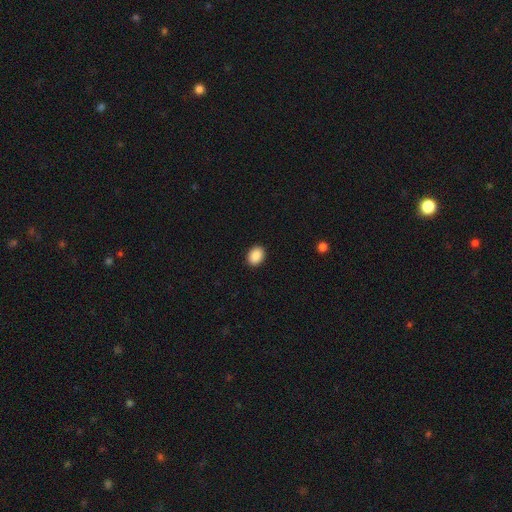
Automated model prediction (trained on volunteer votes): Smooth or featured?
  - smooth: 89% *
  - star or artifact: 8%
  - featured or disk: 3%
How rounded?
  - in between: 63% *
  - round: 36%
  - cigar-shaped: 1%
Merging?
  - none: 91% *
  - minor disturbance: 6%
  - major disturbance: 2%
  - merger: 1%